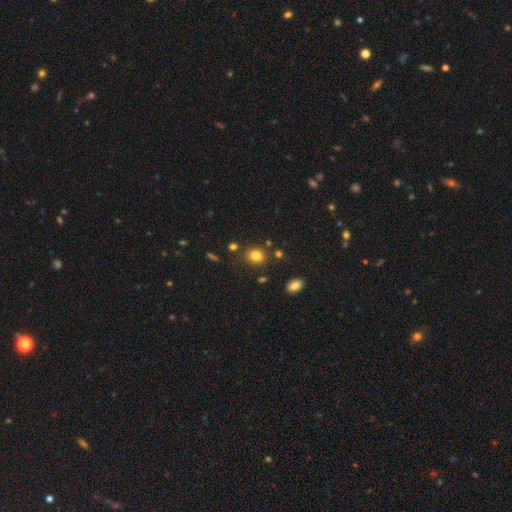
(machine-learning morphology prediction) The model was most divided on "how rounded": round: 63%, in between: 36%, cigar-shaped: 1%. More confident: smooth or featured — smooth (81%); merging — none (79%).